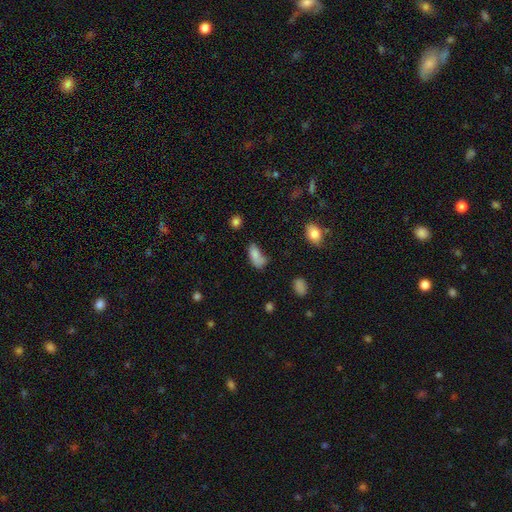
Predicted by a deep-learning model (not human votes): A smooth galaxy with no disk features (80%) that is in between round and cigar-shaped (87%).

Vote fractions:
- Smooth or featured? smooth: 80% / featured or disk: 10% / star or artifact: 10%
- How rounded? in between: 87% / cigar-shaped: 9% / round: 4%
- Merging? none: 38% / minor disturbance: 31% / major disturbance: 19% / merger: 12%